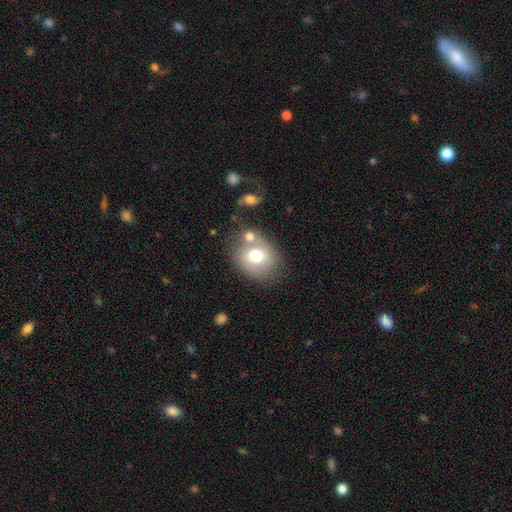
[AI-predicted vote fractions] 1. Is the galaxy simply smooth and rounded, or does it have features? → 68% smooth, 23% featured or disk, 9% star or artifact.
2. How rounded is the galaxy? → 60% round, 39% in between, 1% cigar-shaped.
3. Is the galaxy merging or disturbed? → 56% none, 22% merger, 15% minor disturbance, 6% major disturbance.